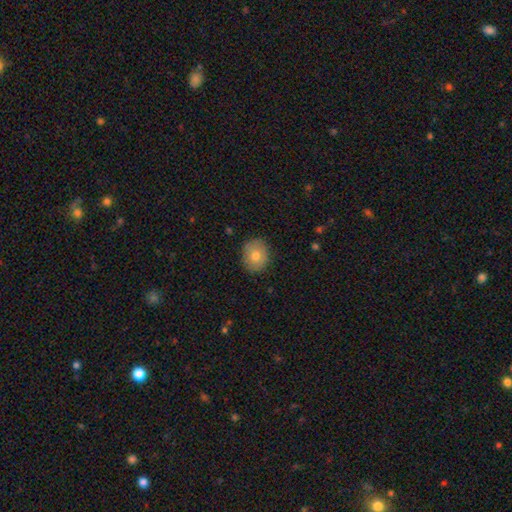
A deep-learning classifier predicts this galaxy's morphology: A smooth galaxy with no disk features (76%) that is round (71%). Merging: none (86%).